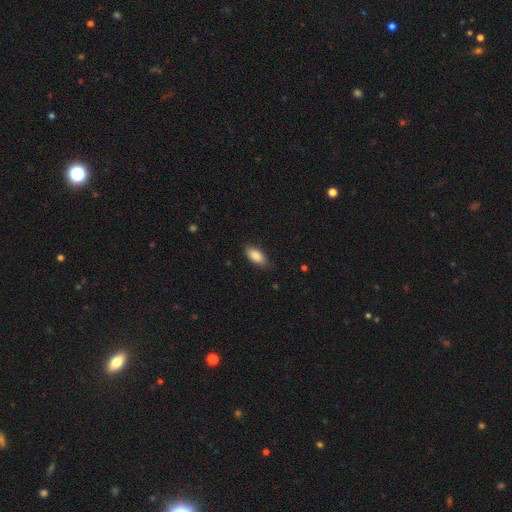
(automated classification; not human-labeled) Q: Smooth or featured?
A: smooth (86%); runner-up: featured or disk (7%)
Q: How rounded?
A: in between (87%); runner-up: cigar-shaped (11%)
Q: Merging?
A: none (79%); runner-up: minor disturbance (17%)